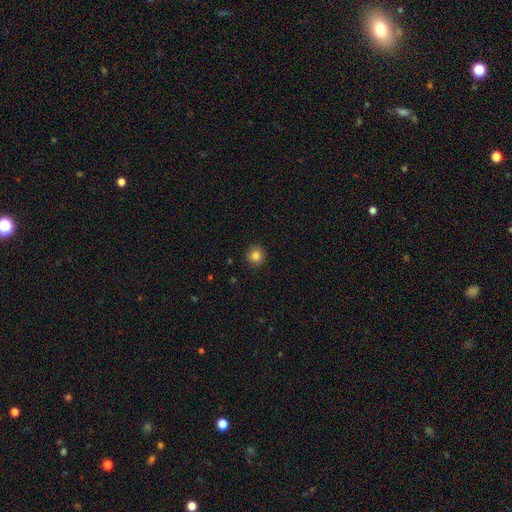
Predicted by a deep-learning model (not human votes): Smooth or featured? smooth (84%)
How rounded? round (92%)
Merging? none (90%)